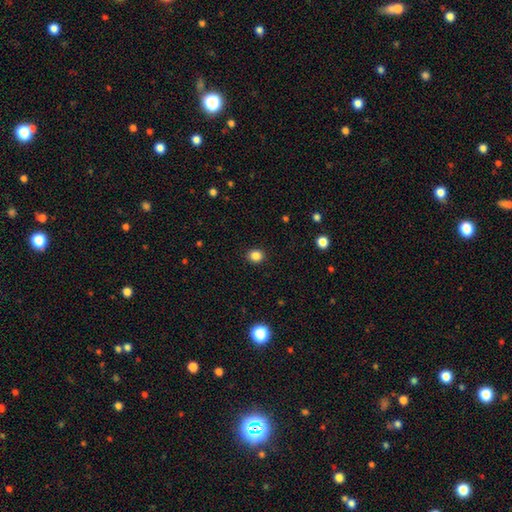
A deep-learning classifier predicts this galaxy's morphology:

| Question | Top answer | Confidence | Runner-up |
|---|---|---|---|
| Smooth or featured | smooth | 85% | star or artifact (12%) |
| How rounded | round | 75% | in between (24%) |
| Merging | none | 90% | minor disturbance (7%) |